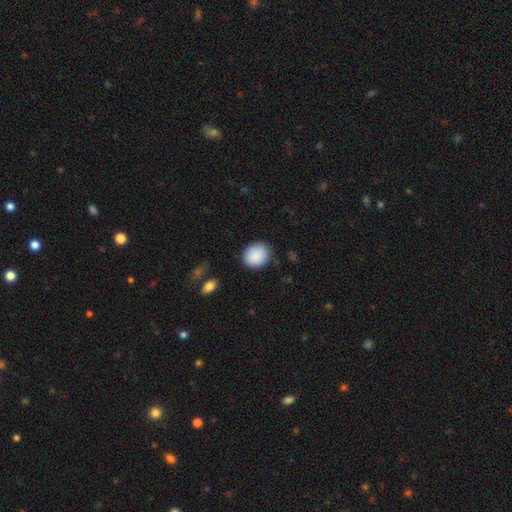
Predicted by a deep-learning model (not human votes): Smooth or featured: smooth — 89% (star or artifact — 7%)
How rounded: round — 70% (in between — 29%)
Merging: none — 84% (minor disturbance — 12%)